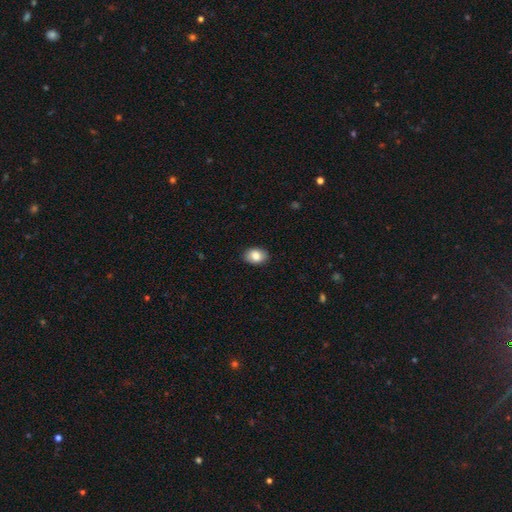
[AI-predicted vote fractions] A smooth galaxy with no disk features (84%) that is in between round and cigar-shaped (78%).

Vote fractions:
- Smooth or featured? smooth: 84% / featured or disk: 8% / star or artifact: 8%
- How rounded? in between: 78% / round: 20% / cigar-shaped: 1%
- Merging? none: 87% / minor disturbance: 10% / major disturbance: 2% / merger: 1%